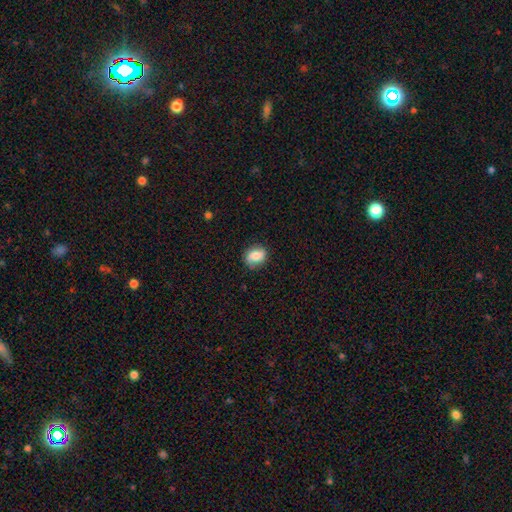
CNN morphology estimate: Smooth or featured? smooth (69%)
How rounded? in between (50%)
Merging? none (79%)